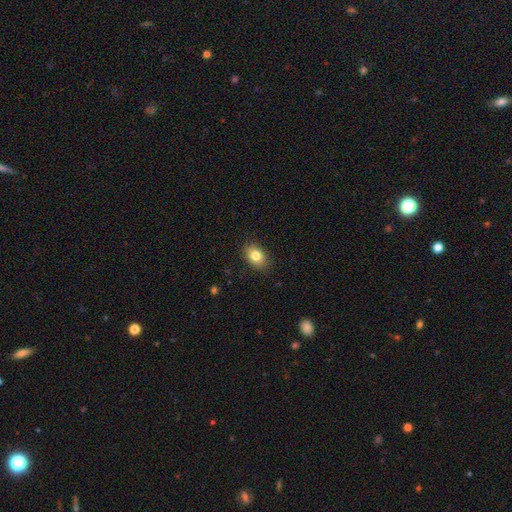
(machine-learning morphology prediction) This appears to be a smooth galaxy with no disk features (83%) that is in between round and cigar-shaped (80%). Merging: none (87%).